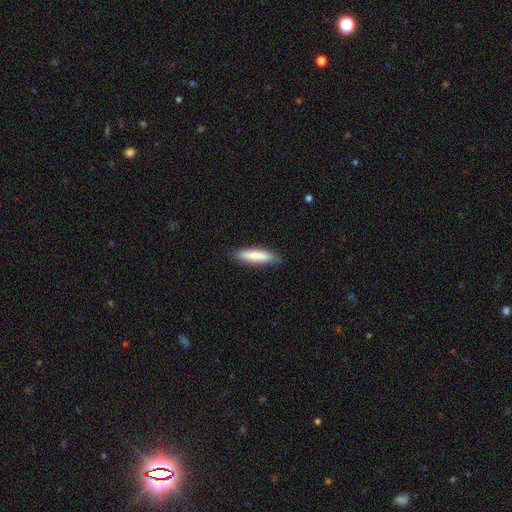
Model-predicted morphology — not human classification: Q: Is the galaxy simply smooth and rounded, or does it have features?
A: smooth — 81%.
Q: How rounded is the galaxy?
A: cigar-shaped — 76%.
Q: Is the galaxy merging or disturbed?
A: none — 85%.